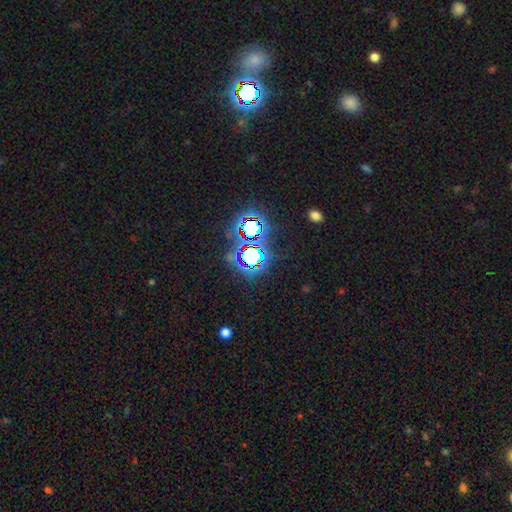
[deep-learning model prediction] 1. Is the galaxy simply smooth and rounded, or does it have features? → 75% star or artifact, 15% smooth, 10% featured or disk.